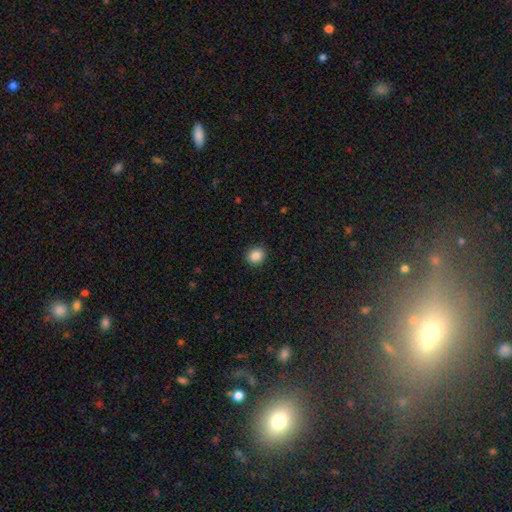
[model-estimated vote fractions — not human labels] Overall: smooth (87%). How rounded: round (74%). Merging: none (91%).